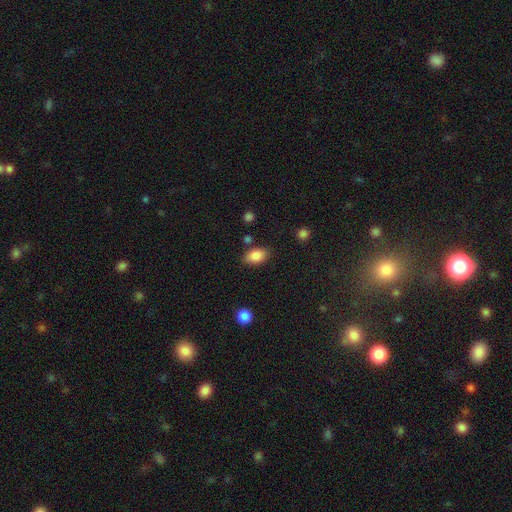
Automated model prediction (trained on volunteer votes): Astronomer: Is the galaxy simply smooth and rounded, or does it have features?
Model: smooth — 87%.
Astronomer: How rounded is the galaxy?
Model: in between — 87%.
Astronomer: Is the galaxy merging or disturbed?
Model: none — 81%.